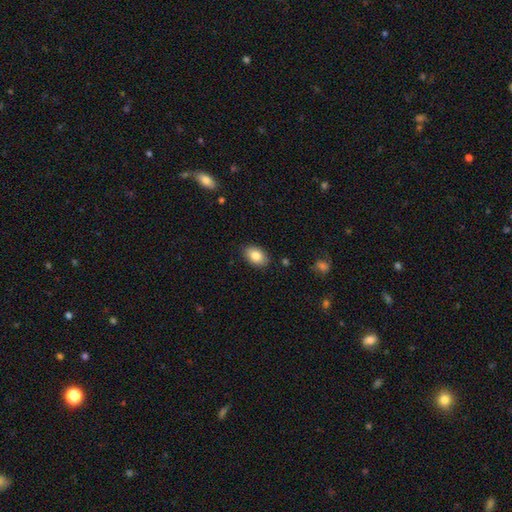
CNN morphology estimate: A smooth galaxy with no disk features (84%) that is in between round and cigar-shaped (86%).

Vote fractions:
- Smooth or featured? smooth: 84% / featured or disk: 9% / star or artifact: 7%
- How rounded? in between: 86% / round: 13% / cigar-shaped: 1%
- Merging? none: 88% / minor disturbance: 9% / major disturbance: 2% / merger: 1%